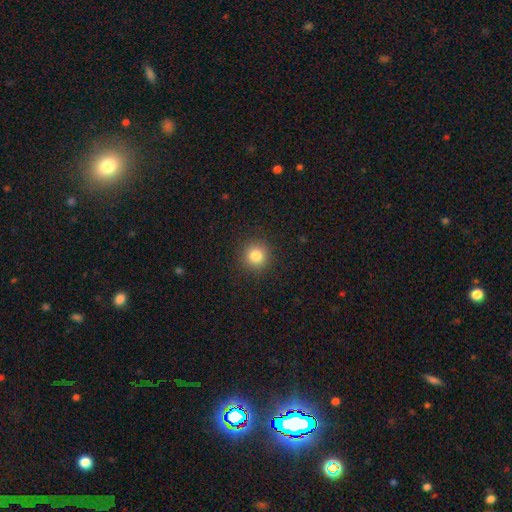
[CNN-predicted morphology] This is clearly a smooth galaxy (82%). How rounded: clearly round (93%). Merging: clearly none (91%).